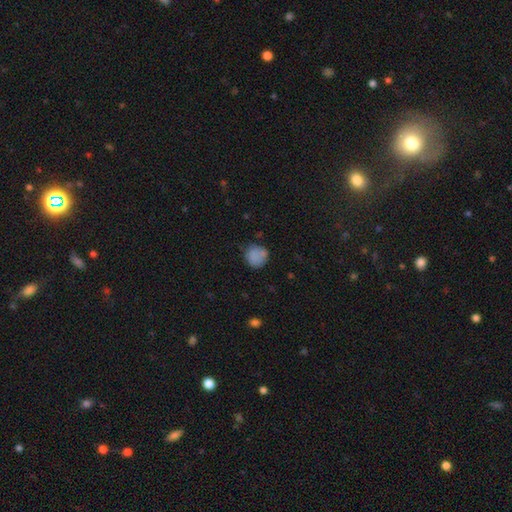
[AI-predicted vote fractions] Overall: smooth (83%). How rounded: round (87%). Merging: none (68%).